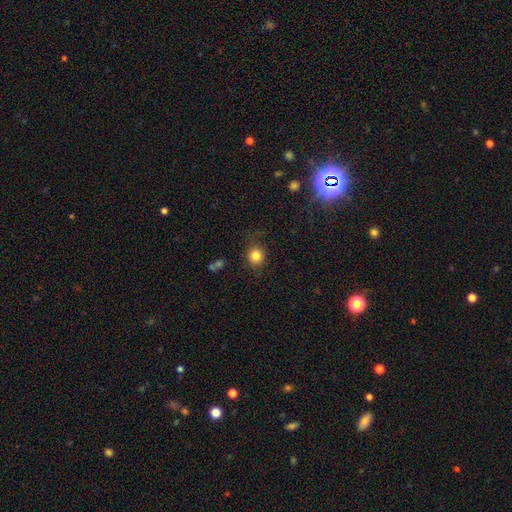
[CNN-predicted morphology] Overall: smooth (82%). How rounded: round (83%). Merging: none (77%).